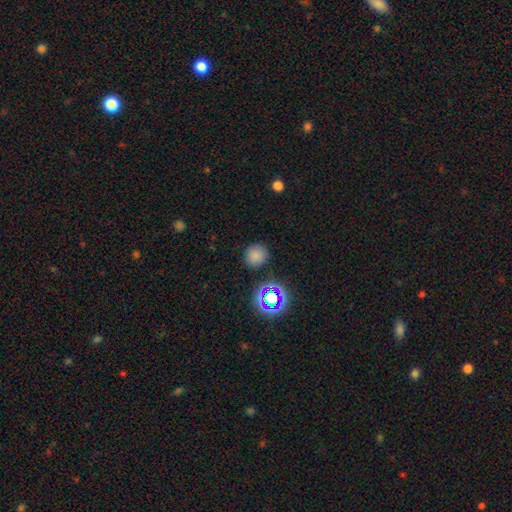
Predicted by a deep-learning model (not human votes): smooth-or-featured: smooth: 76% | star or artifact: 18% | featured or disk: 6%
  how-rounded: round: 90% | in between: 9% | cigar-shaped: 1%
  merging: none: 86% | minor disturbance: 8% | major disturbance: 3% | merger: 2%